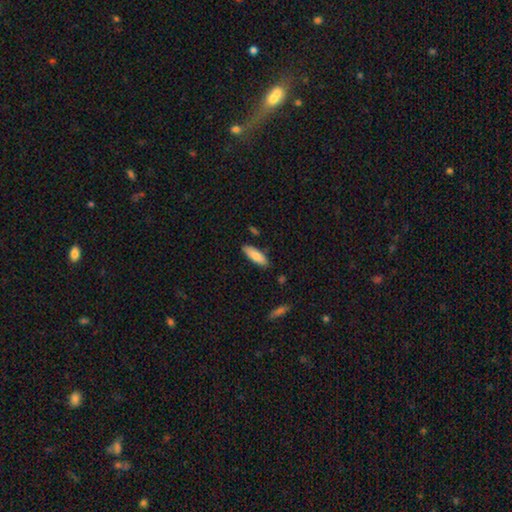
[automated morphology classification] type=smooth (82%); roundness=in between (52%); merging=none (85%).